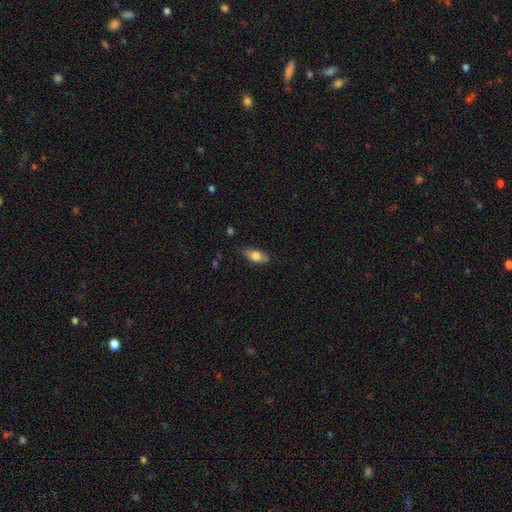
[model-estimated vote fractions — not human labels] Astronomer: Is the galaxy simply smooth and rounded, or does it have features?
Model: smooth — 68%.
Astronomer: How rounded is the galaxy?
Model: in between — 81%.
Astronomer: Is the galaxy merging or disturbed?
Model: none — 79%.